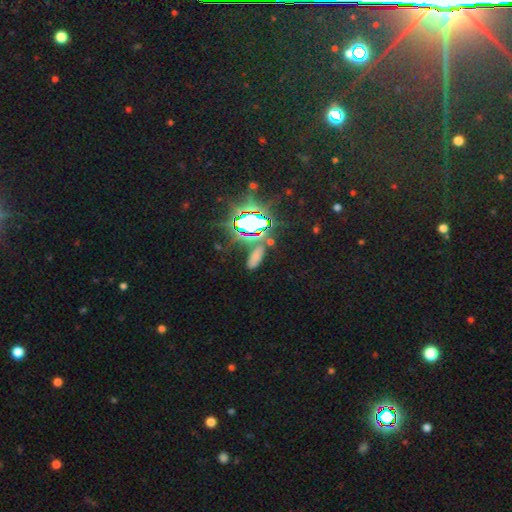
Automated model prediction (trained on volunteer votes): smooth-or-featured: smooth: 48% | star or artifact: 42% | featured or disk: 10%
  merging: none: 73% | minor disturbance: 13% | merger: 8% | major disturbance: 6%